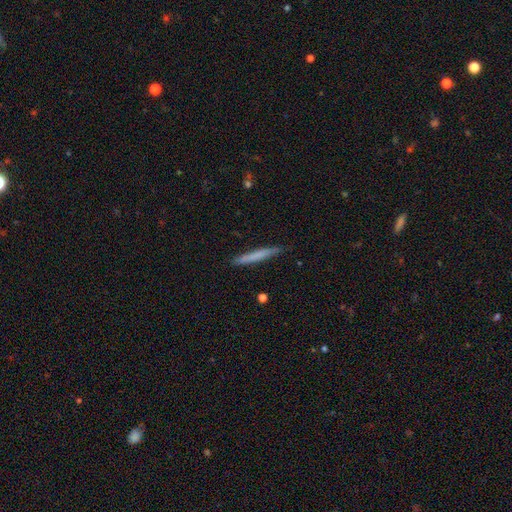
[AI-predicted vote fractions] The model was most divided on "smooth or featured": smooth: 68%, featured or disk: 26%, star or artifact: 6%. More confident: how rounded — cigar-shaped (96%); merging — none (88%).